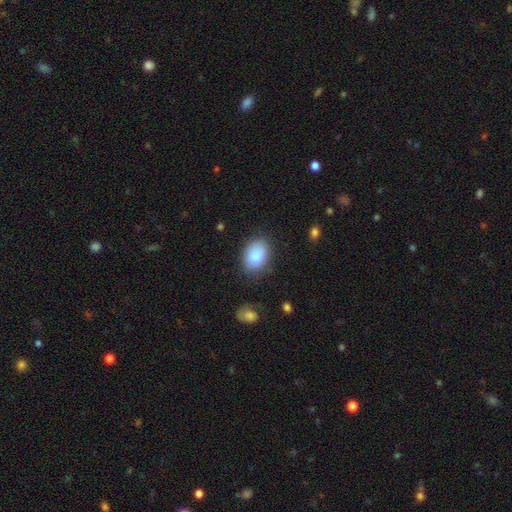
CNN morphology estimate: Smooth or featured? smooth (87%)
How rounded? in between (81%)
Merging? none (79%)